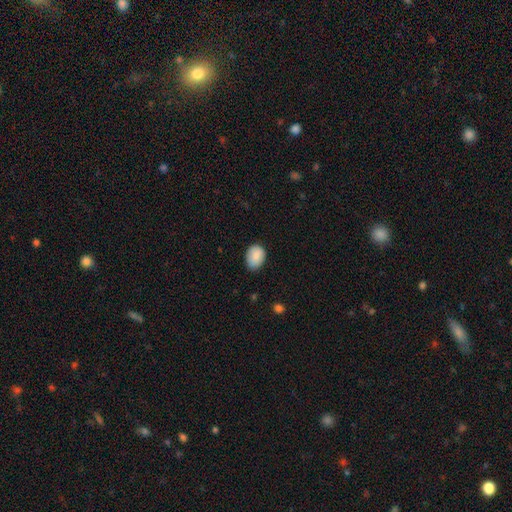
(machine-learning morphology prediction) Overall: smooth (87%). How rounded: in between (70%). Merging: none (74%).